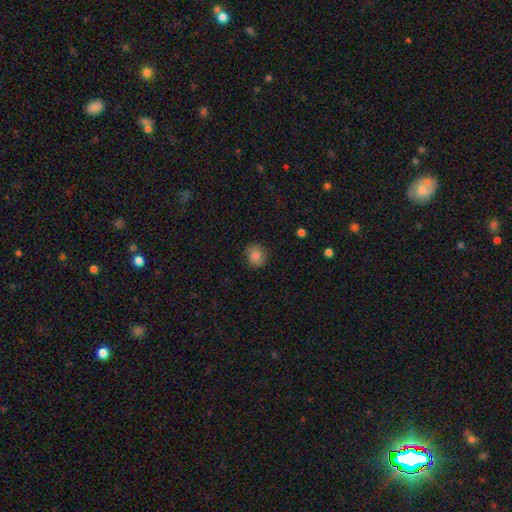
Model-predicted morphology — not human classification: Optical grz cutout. It shows a smooth galaxy with no disk features (80%) that is round (82%). Merging: none (85%).